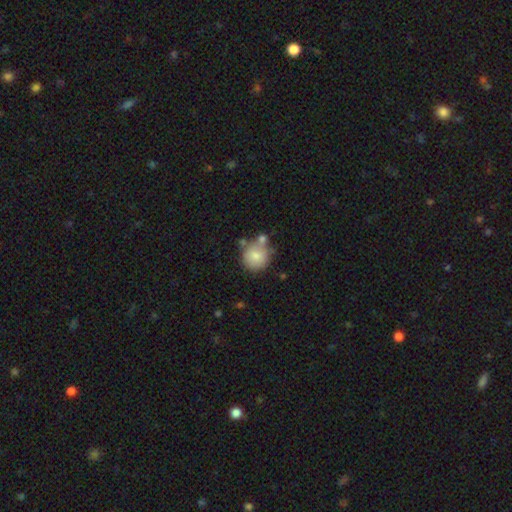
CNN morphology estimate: A smooth galaxy with no disk features (79%) that is round (89%). Merging: none (57%).